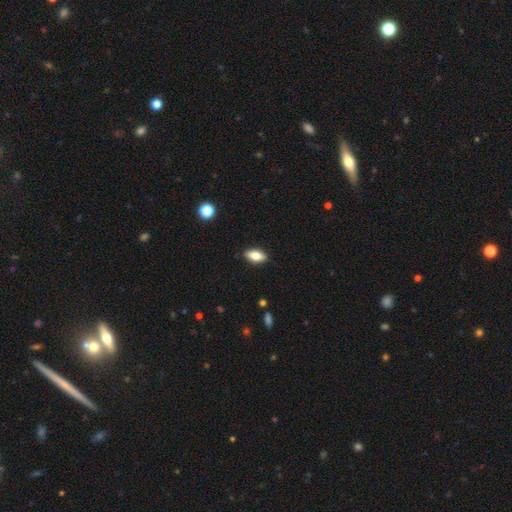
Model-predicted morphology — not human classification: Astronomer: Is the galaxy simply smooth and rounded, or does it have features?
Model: smooth — 71%.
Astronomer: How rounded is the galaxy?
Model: in between — 84%.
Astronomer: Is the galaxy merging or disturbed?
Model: none — 88%.